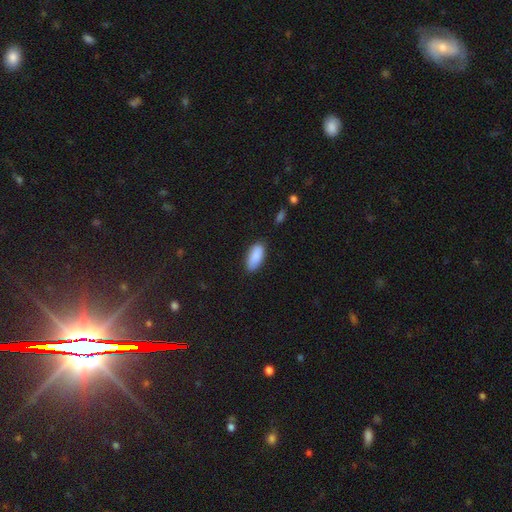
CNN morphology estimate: Q: Smooth or featured?
A: smooth (89%); runner-up: star or artifact (6%)
Q: How rounded?
A: in between (88%); runner-up: cigar-shaped (10%)
Q: Merging?
A: none (82%); runner-up: minor disturbance (14%)